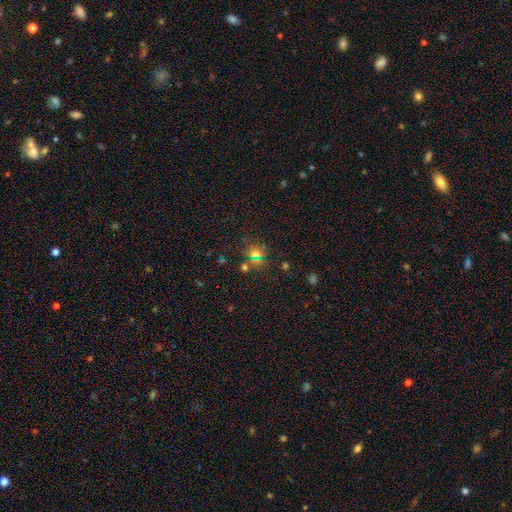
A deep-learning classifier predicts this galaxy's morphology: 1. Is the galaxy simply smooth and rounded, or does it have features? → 54% smooth, 37% star or artifact, 9% featured or disk.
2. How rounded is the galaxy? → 82% round, 16% in between, 2% cigar-shaped.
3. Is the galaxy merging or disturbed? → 77% none, 11% minor disturbance, 7% merger, 5% major disturbance.